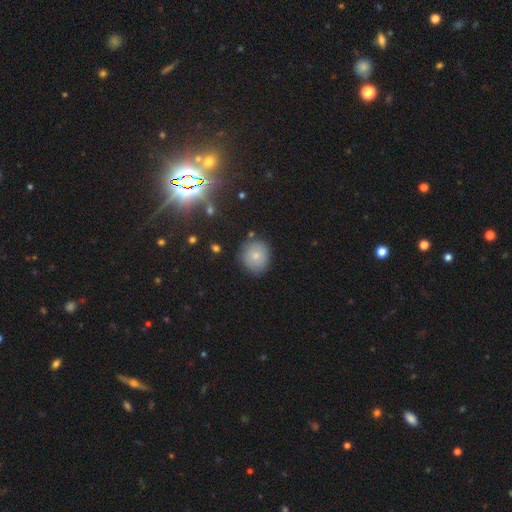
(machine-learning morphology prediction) smooth 76%, featured or disk 14%, star or artifact 10%. Down the decision tree: how rounded — round (82%); merging — none (82%).